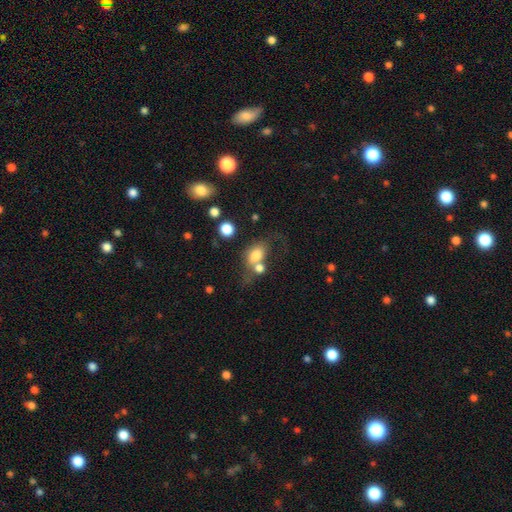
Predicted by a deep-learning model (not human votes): Smooth or featured?
  - smooth: 75% *
  - featured or disk: 15%
  - star or artifact: 10%
How rounded?
  - in between: 70% *
  - round: 27%
  - cigar-shaped: 2%
Merging?
  - merger: 40% *
  - none: 31%
  - minor disturbance: 15%
  - major disturbance: 14%